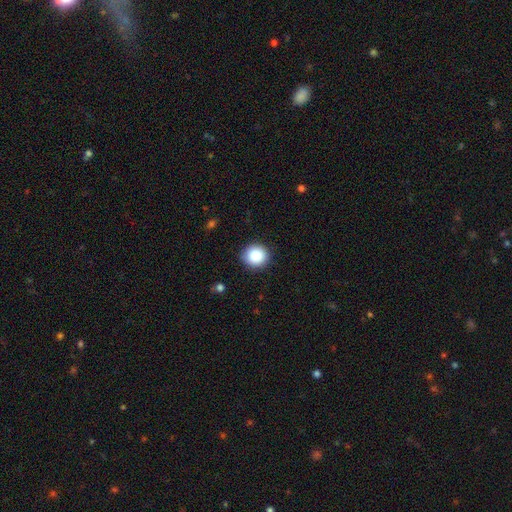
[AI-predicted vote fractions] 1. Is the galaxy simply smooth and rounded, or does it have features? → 88% smooth, 9% star or artifact, 4% featured or disk.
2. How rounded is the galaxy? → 89% round, 10% in between, 1% cigar-shaped.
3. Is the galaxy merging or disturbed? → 89% none, 8% minor disturbance, 2% major disturbance, 1% merger.